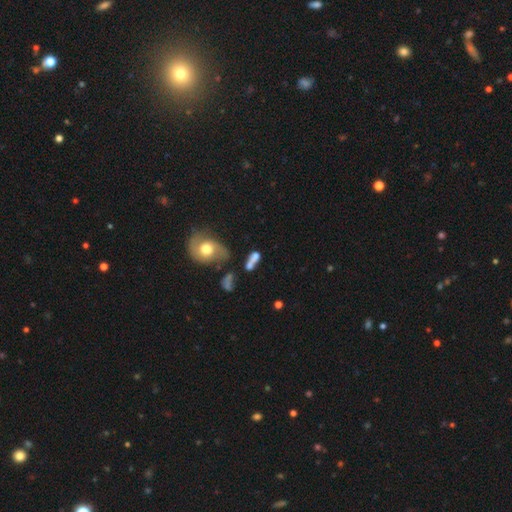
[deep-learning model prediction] smooth-or-featured: featured or disk: 43% | smooth: 39% | star or artifact: 19%
  merging: none: 53% | merger: 18% | minor disturbance: 17% | major disturbance: 12%